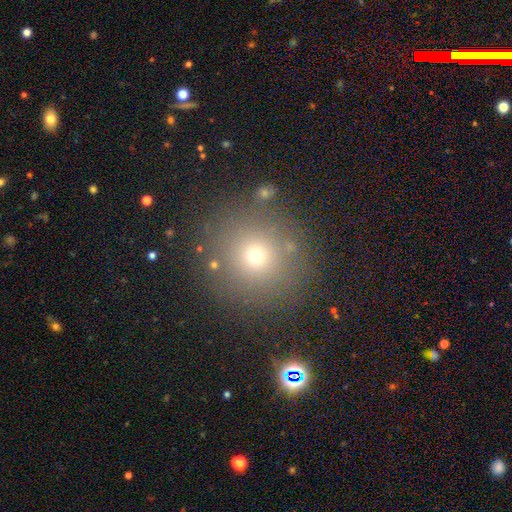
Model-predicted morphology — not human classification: This appears to be a smooth galaxy with no disk features (67%) that is round (92%). Merging: none (83%).